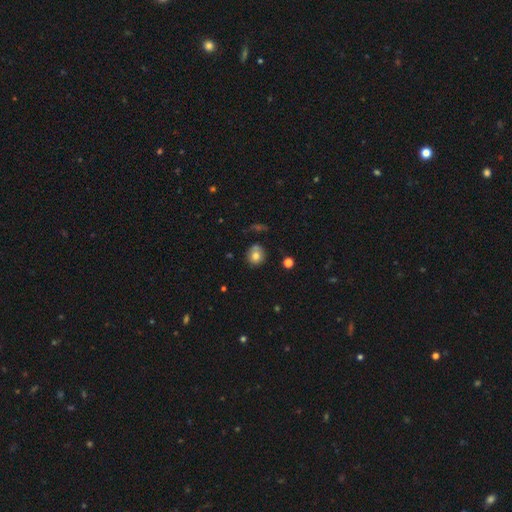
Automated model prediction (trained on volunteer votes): Overall: smooth (77%). How rounded: round (85%). Merging: none (73%).